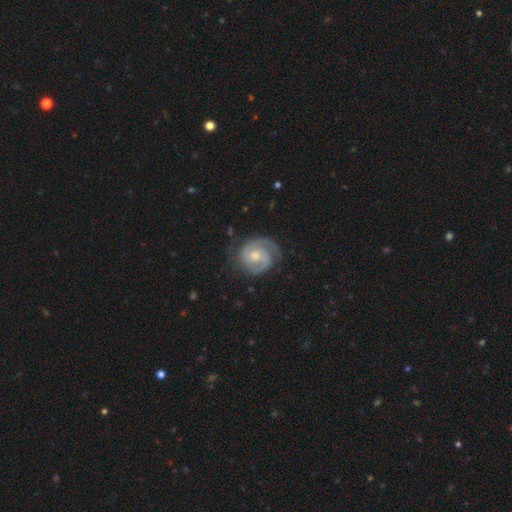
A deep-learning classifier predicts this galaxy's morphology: Smooth or featured: featured or disk — 87% (smooth — 9%)
Edge-on disk: no — 98% (yes — 2%)
Bar: no — 66% (weak — 29%)
Spiral arms: yes — 97% (no — 3%)
Spiral winding: tight — 59% (medium — 35%)
Spiral arm count: 2 — 74% (3 — 10%)
Bulge size: moderate — 47% (tied with small — 47%)
Merging: none — 75% (minor disturbance — 17%)